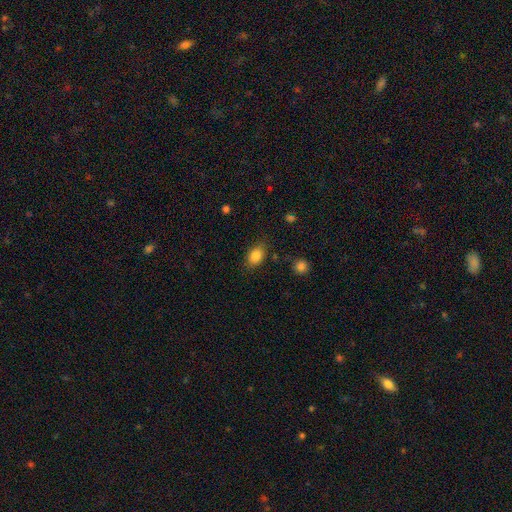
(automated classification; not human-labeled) smooth-or-featured: smooth: 85% | star or artifact: 9% | featured or disk: 6%
  how-rounded: in between: 76% | round: 23% | cigar-shaped: 1%
  merging: none: 79% | minor disturbance: 15% | major disturbance: 4% | merger: 2%